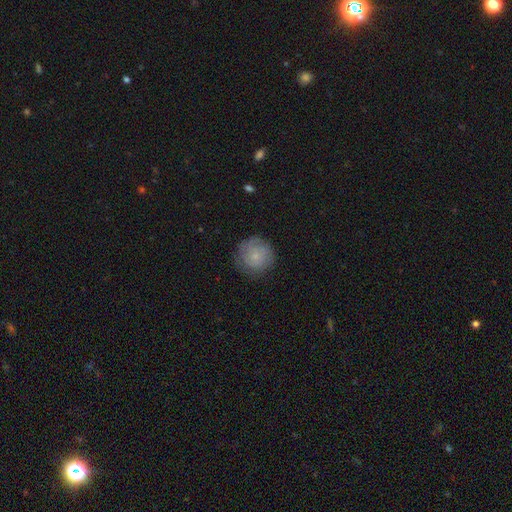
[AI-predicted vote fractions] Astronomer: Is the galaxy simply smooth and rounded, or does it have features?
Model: smooth — 67%.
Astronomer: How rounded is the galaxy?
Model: round — 94%.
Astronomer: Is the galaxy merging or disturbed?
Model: none — 78%.